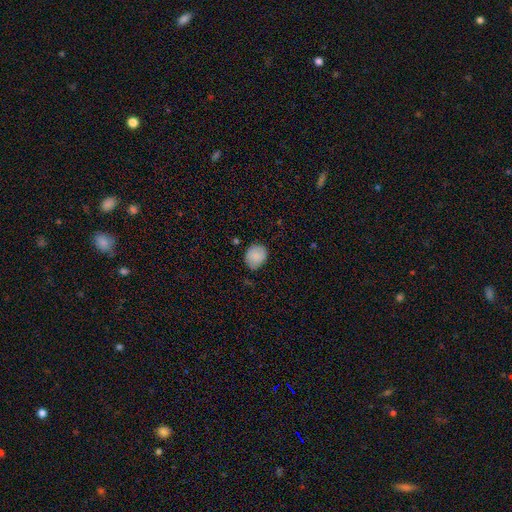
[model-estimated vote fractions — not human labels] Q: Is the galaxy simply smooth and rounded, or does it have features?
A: smooth — 85%.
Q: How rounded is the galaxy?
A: round — 57%.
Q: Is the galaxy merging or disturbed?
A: none — 73%.